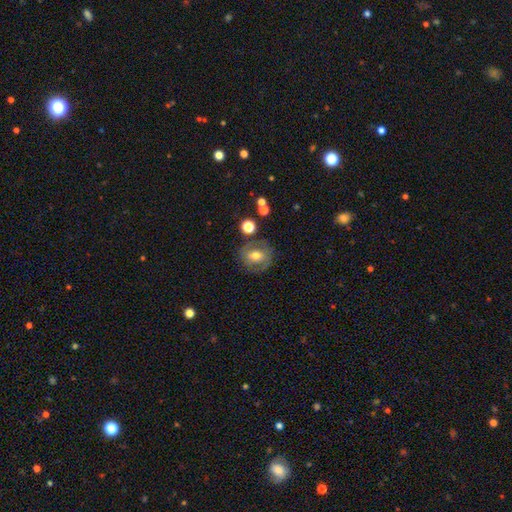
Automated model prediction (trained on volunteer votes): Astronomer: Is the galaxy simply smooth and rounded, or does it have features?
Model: smooth — 48% (runner-up: featured or disk, 43%).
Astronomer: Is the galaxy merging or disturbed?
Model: none — 75%.